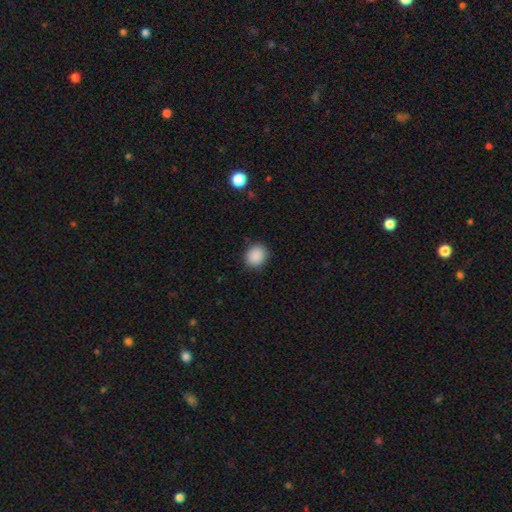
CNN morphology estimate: This is clearly a smooth galaxy (89%). How rounded: likely round (77%). Merging: clearly none (88%).